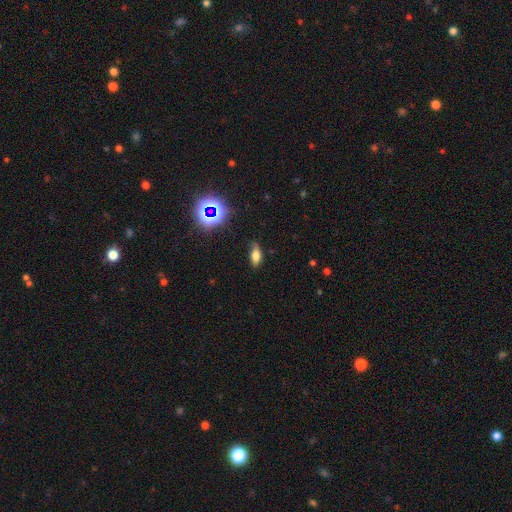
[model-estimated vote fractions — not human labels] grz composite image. It shows a smooth galaxy with no disk features (66%) that is in between round and cigar-shaped (77%). Merging: none (71%).